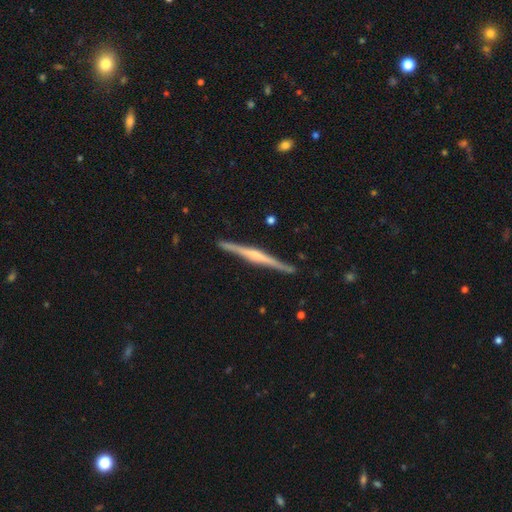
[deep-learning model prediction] Smooth or featured: featured or disk — 80% (smooth — 16%)
Edge-on disk: yes — 98% (no — 2%)
Edge-on bulge: rounded — 66% (none — 19%)
Merging: none — 91% (minor disturbance — 7%)